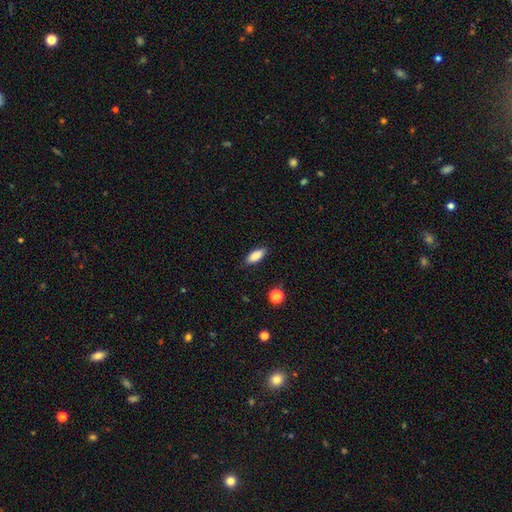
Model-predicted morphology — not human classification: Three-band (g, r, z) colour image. It shows a smooth galaxy with no disk features (86%) that is in between round and cigar-shaped (76%). Merging: none (84%).